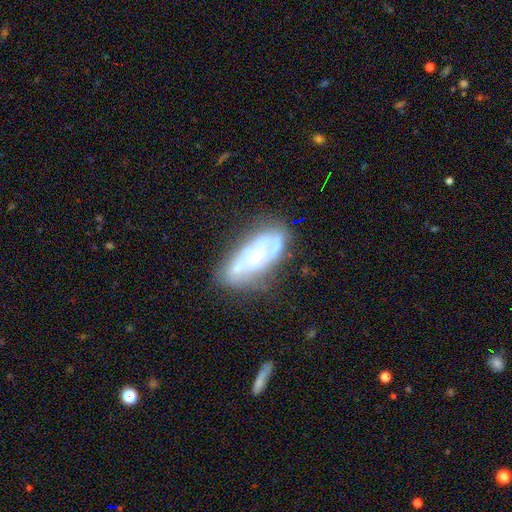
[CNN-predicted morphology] featured or disk 67%, smooth 24%, star or artifact 9%. Down the decision tree: edge-on disk — no (89%); bar — no (76%); spiral arms — yes (51%); bulge size — small (58%); merging — none (55%).